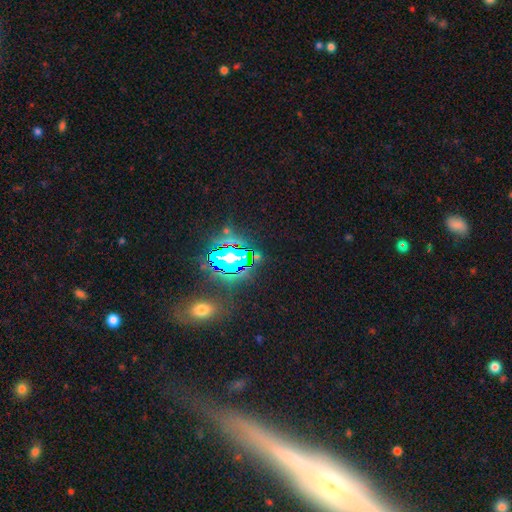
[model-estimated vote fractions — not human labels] star or artifact 76%, smooth 14%, featured or disk 10%.